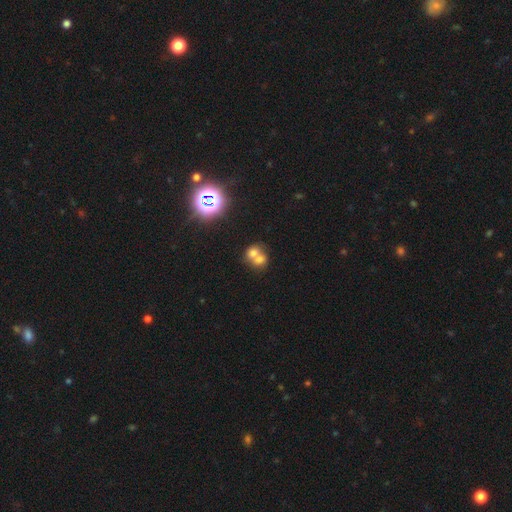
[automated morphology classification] smooth-or-featured: smooth: 66% | featured or disk: 20% | star or artifact: 14%
  how-rounded: round: 67% | in between: 32% | cigar-shaped: 1%
  merging: merger: 70% | none: 22% | minor disturbance: 5% | major disturbance: 3%